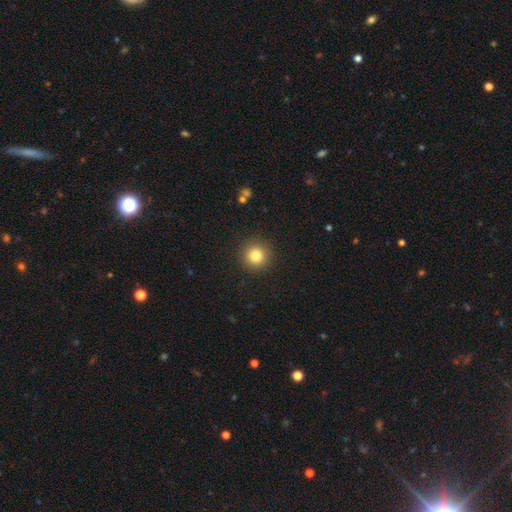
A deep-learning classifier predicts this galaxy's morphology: This appears to be a smooth galaxy with no disk features (82%) that is round (95%). Merging: none (91%).